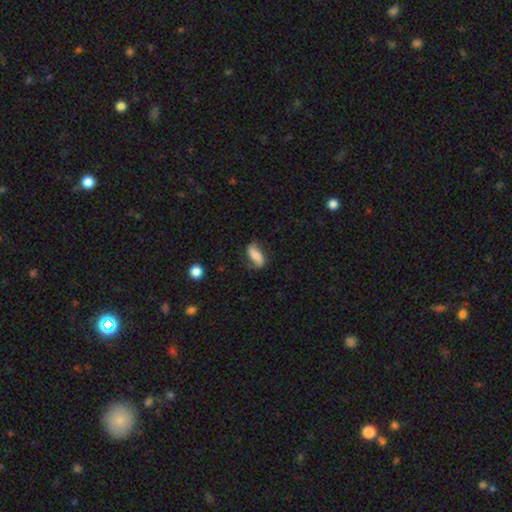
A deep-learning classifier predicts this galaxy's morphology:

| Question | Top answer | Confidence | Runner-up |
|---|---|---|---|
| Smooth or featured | featured or disk | 47% | smooth (45%) |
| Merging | none | 63% | minor disturbance (24%) |